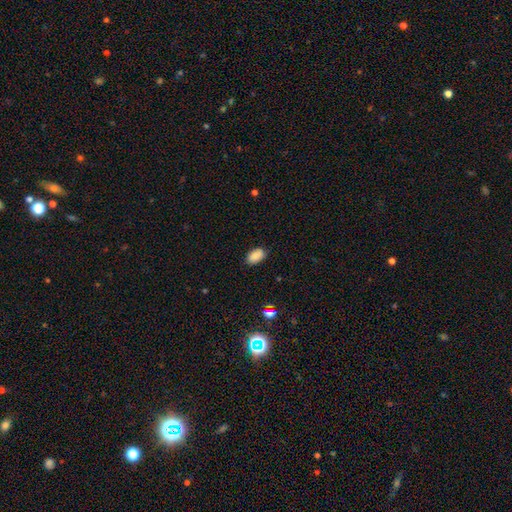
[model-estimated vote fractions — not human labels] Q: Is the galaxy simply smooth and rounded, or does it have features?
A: smooth — 87%.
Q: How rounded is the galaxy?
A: in between — 93%.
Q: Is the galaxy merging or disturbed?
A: none — 84%.